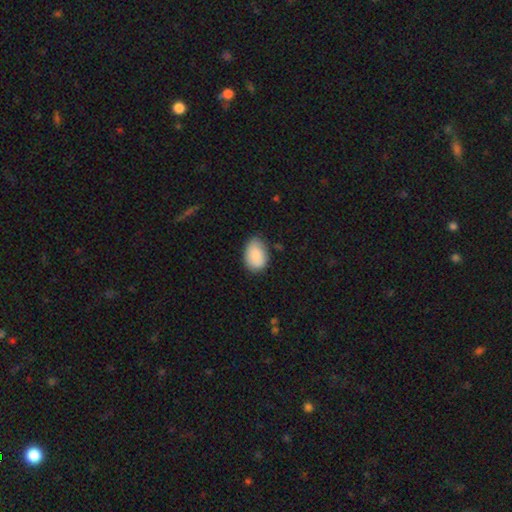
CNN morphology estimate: The model was most divided on "merging": none: 68%, minor disturbance: 26%, major disturbance: 5%, merger: 2%. More confident: smooth or featured — smooth (88%); how rounded — in between (83%).